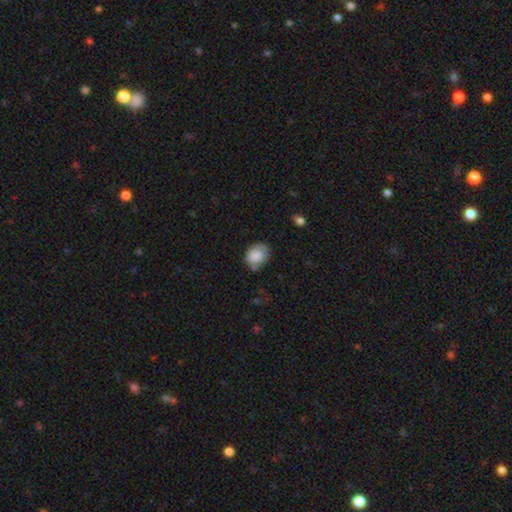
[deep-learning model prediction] Overall: smooth (84%). How rounded: in between (60%; round 40%). Merging: none (63%; minor disturbance 25%).